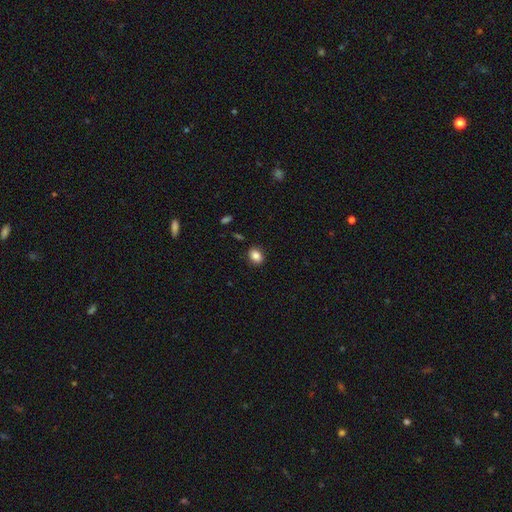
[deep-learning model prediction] Smooth or featured: smooth — 85% (star or artifact — 9%)
How rounded: in between — 60% (round — 39%)
Merging: none — 88% (minor disturbance — 9%)